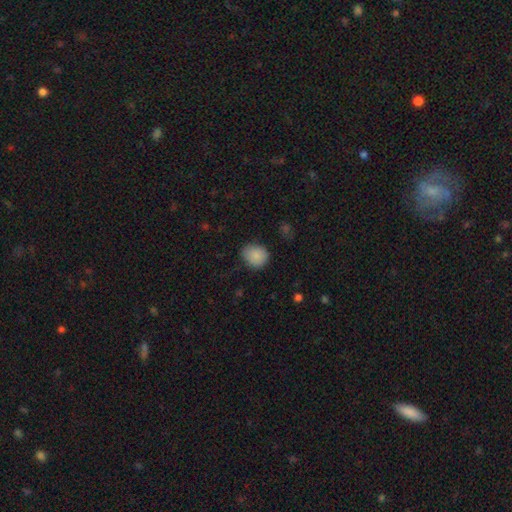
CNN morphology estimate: smooth_or_featured: smooth (p=0.86) [alt: star or artifact p=0.09]
how_rounded: round (p=0.71) [alt: in between p=0.28]
merging: none (p=0.76) [alt: minor disturbance p=0.19]